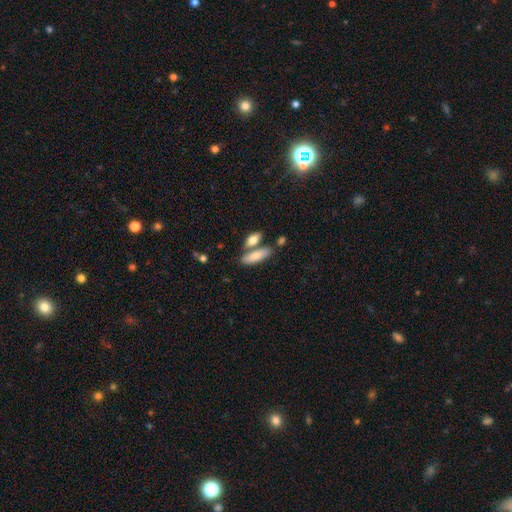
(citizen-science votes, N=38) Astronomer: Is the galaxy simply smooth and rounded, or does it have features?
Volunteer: smooth — 89%.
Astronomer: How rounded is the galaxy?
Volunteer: in between — 79%.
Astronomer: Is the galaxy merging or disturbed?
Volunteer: none — 63%.